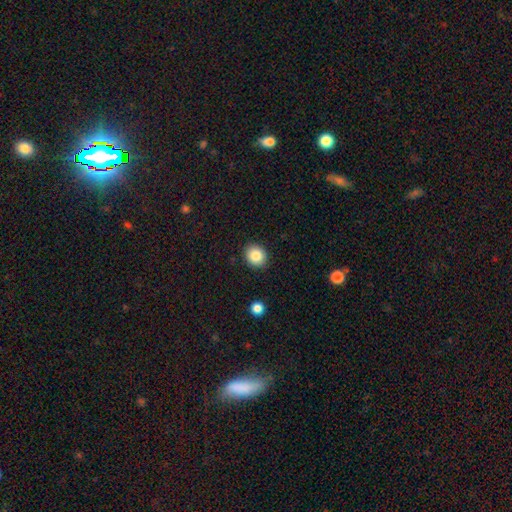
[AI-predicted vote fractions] smooth 85%, star or artifact 9%, featured or disk 6%. Down the decision tree: how rounded — round (75%); merging — none (90%).